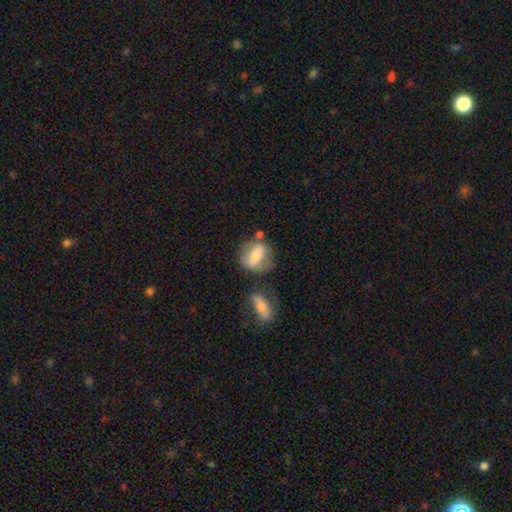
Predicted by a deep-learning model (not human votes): The model was most divided on "how rounded": in between: 61%, round: 33%, cigar-shaped: 6%. More confident: smooth or featured — smooth (64%); merging — none (51%).